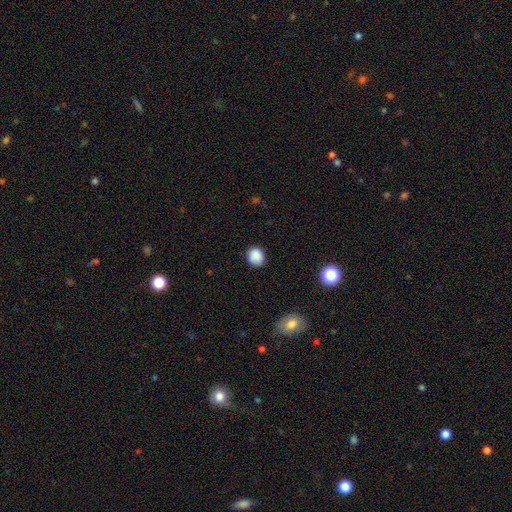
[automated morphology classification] smooth 87%, star or artifact 9%, featured or disk 4%. Down the decision tree: how rounded — round (77%); merging — none (85%).